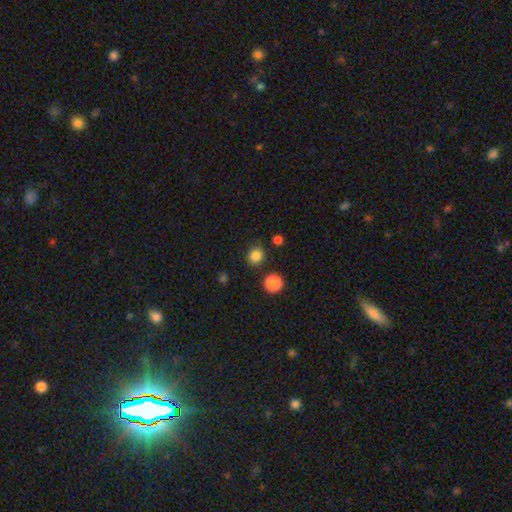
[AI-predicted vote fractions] Smooth or featured?
  - smooth: 83% *
  - star or artifact: 13%
  - featured or disk: 3%
How rounded?
  - round: 89% *
  - in between: 10%
  - cigar-shaped: 1%
Merging?
  - none: 84% *
  - minor disturbance: 9%
  - merger: 4%
  - major disturbance: 3%